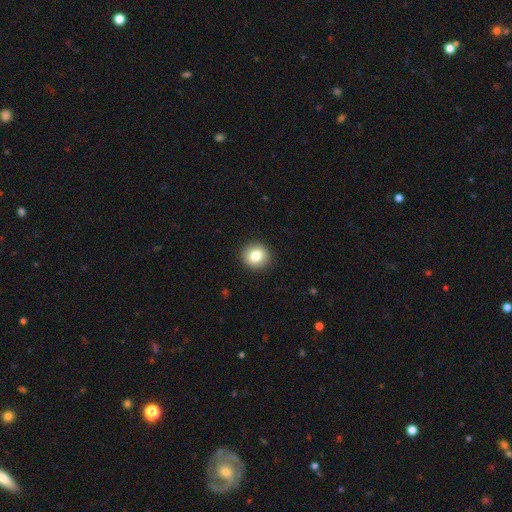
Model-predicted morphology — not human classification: A smooth galaxy with no disk features (80%) that is round (88%).

Vote fractions:
- Smooth or featured? smooth: 80% / featured or disk: 11% / star or artifact: 9%
- How rounded? round: 88% / in between: 11% / cigar-shaped: 1%
- Merging? none: 92% / minor disturbance: 6% / major disturbance: 2% / merger: 1%